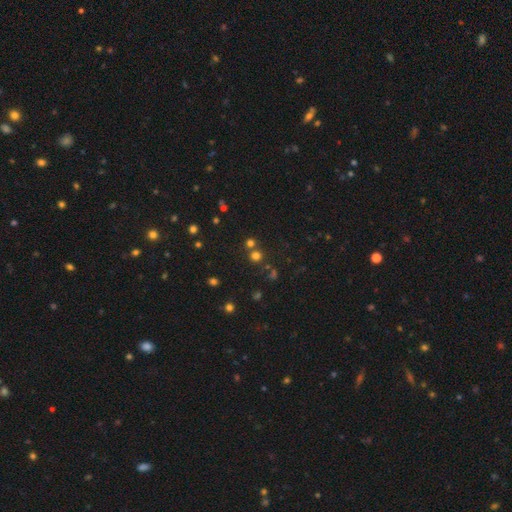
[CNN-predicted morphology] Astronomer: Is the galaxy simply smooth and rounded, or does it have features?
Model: smooth — 64%.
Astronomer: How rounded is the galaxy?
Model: round — 92%.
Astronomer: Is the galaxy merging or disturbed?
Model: none — 71%.